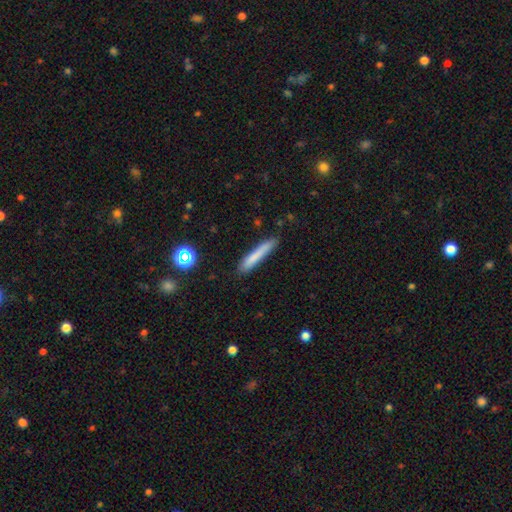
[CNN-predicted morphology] smooth 76%, featured or disk 15%, star or artifact 8%. Down the decision tree: how rounded — cigar-shaped (93%); merging — none (82%).